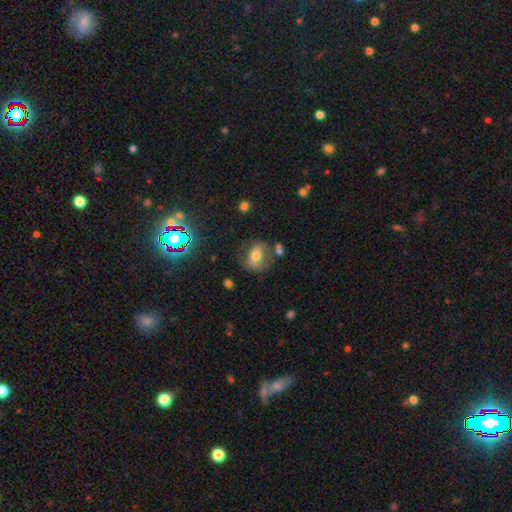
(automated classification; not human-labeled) This appears to be a smooth galaxy with no disk features (56%) that is in between round and cigar-shaped (55%). Merging: none (62%).